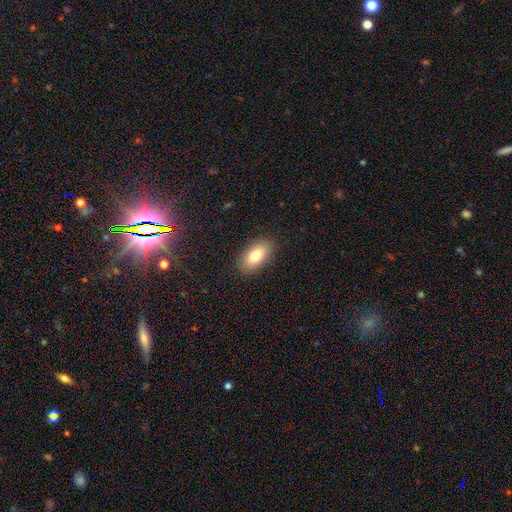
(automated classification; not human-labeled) smooth_or_featured: smooth (p=0.81) [alt: featured or disk p=0.12]
how_rounded: in between (p=0.92) [alt: cigar-shaped p=0.05]
merging: none (p=0.88) [alt: minor disturbance p=0.09]